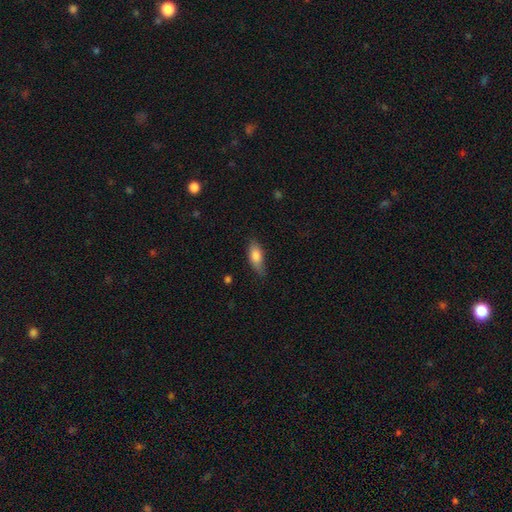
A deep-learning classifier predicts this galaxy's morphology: smooth 79%, featured or disk 15%, star or artifact 7%. Down the decision tree: how rounded — in between (76%); merging — none (67%).